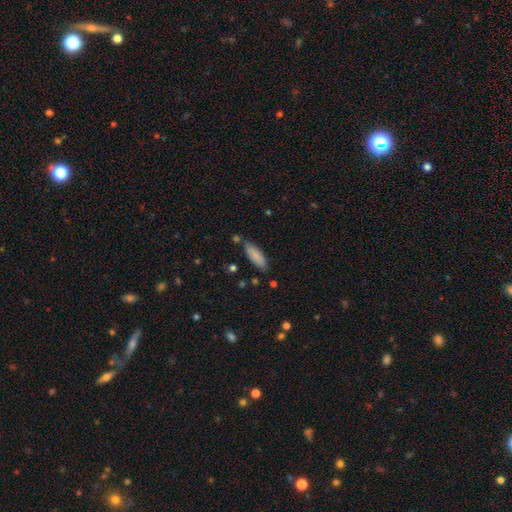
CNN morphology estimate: Smooth or featured?
  - smooth: 86% *
  - featured or disk: 8%
  - star or artifact: 6%
How rounded?
  - in between: 61% *
  - cigar-shaped: 38%
  - round: 2%
Merging?
  - none: 75% *
  - minor disturbance: 17%
  - merger: 5%
  - major disturbance: 3%